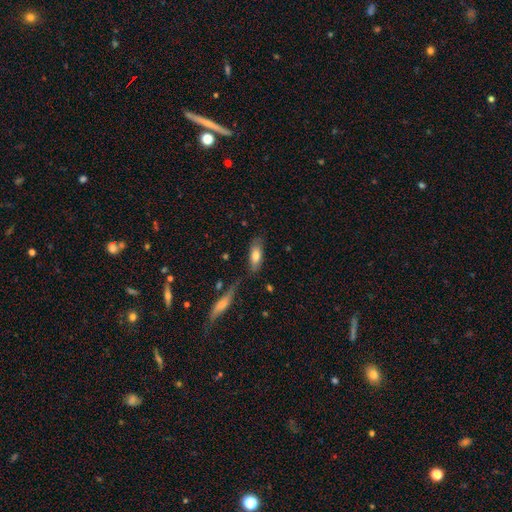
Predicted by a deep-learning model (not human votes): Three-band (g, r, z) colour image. It shows a smooth galaxy with no disk features (72%) that is in between round and cigar-shaped (73%). Merging: none (64%).